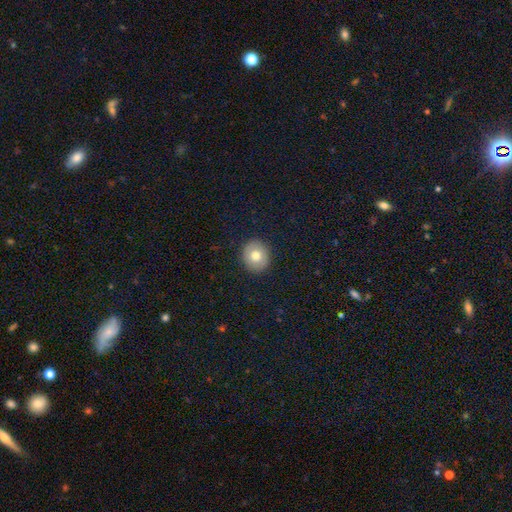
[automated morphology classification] smooth 73%, featured or disk 19%, star or artifact 9%. Down the decision tree: how rounded — round (77%); merging — none (90%).